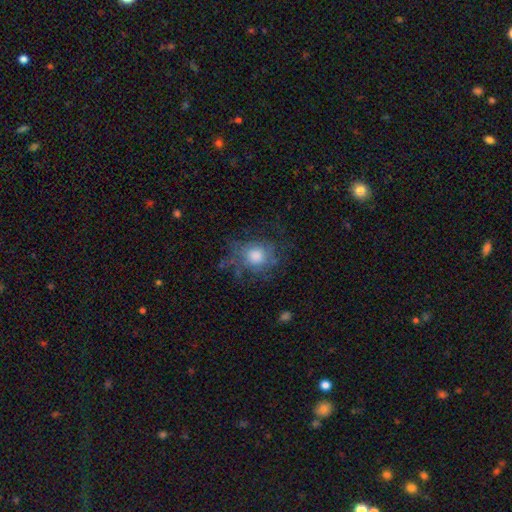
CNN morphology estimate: A smooth galaxy with no disk features (59%) that is round (73%). Merging: none (54%).